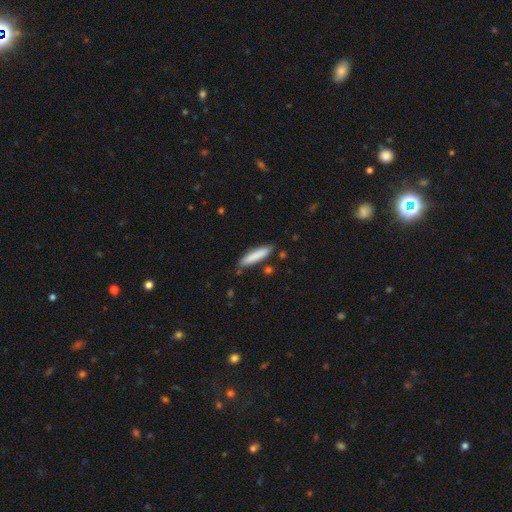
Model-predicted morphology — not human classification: This is clearly a smooth galaxy (83%). How rounded: clearly cigar-shaped (84%). Merging: clearly none (83%).